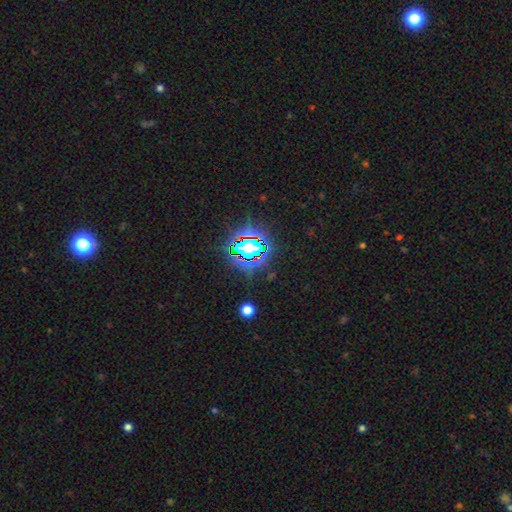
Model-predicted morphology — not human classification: smooth-or-featured: star or artifact: 78% | smooth: 14% | featured or disk: 8%